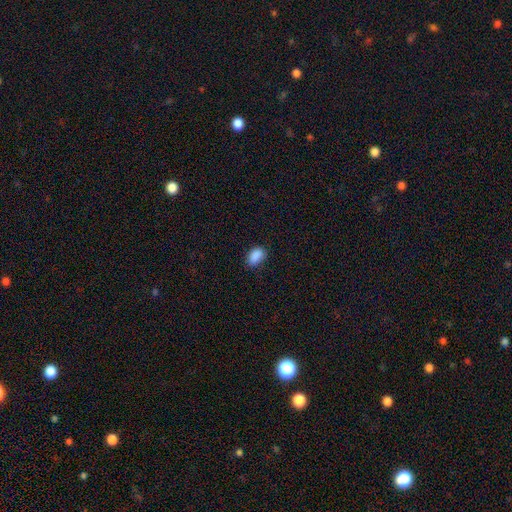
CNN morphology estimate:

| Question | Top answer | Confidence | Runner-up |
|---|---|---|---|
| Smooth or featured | smooth | 89% | star or artifact (8%) |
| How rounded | in between | 87% | round (11%) |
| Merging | none | 78% | minor disturbance (18%) |